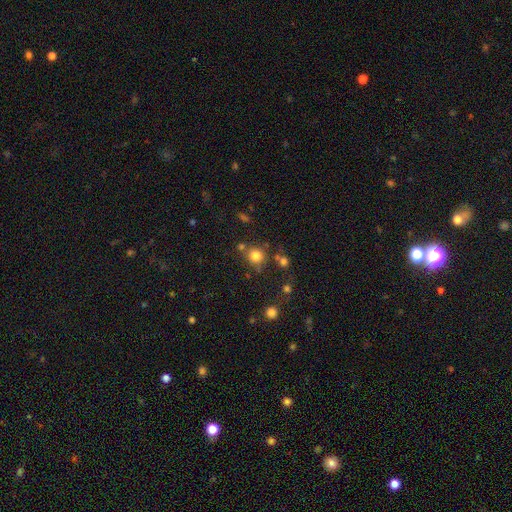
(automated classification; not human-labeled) This appears to be a smooth galaxy with no disk features (80%) that is round (89%). Merging: none (74%).